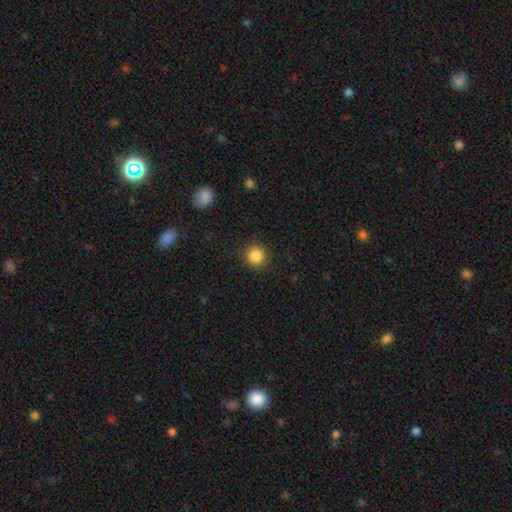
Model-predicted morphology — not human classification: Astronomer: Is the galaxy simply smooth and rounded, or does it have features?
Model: smooth — 86%.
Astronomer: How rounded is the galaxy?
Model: round — 94%.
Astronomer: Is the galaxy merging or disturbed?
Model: none — 91%.